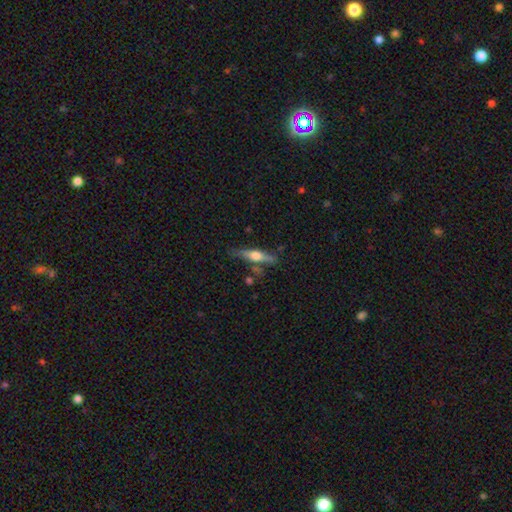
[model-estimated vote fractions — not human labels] Morphology: type=featured or disk (55%); edge-on=yes (93%); edge-on bulge=rounded (91%); merging=none (74%).